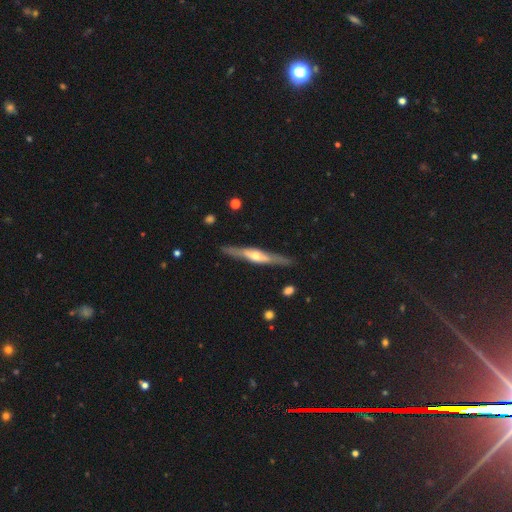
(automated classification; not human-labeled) smooth_or_featured: featured or disk (p=0.71) [alt: smooth p=0.24]
disk_edge_on: yes (p=0.92) [alt: no p=0.08]
edge_on_bulge: rounded (p=0.85) [alt: none p=0.08]
merging: none (p=0.86) [alt: minor disturbance p=0.10]